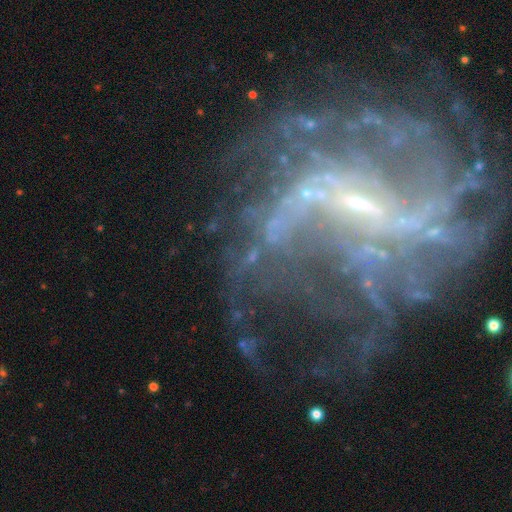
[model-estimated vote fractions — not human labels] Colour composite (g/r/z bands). It shows a featured or disk galaxy (83%) with a weak bar (46%), 2 (31%) loose (40%) spiral arms (89%) and a small central bulge (67%). Merging: none (52%).